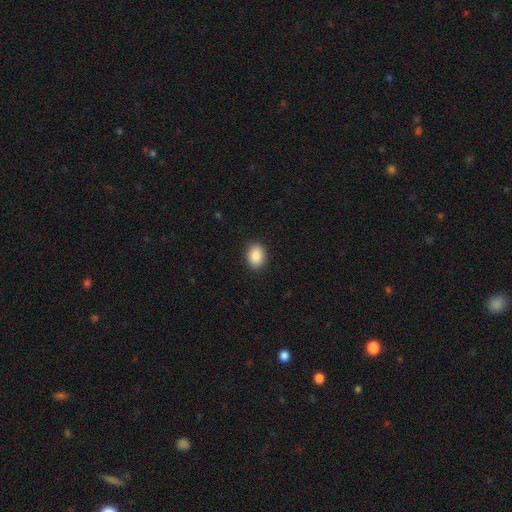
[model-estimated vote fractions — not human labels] Smooth or featured: smooth — 88% (star or artifact — 8%)
How rounded: in between — 66% (round — 33%)
Merging: none — 90% (minor disturbance — 7%)